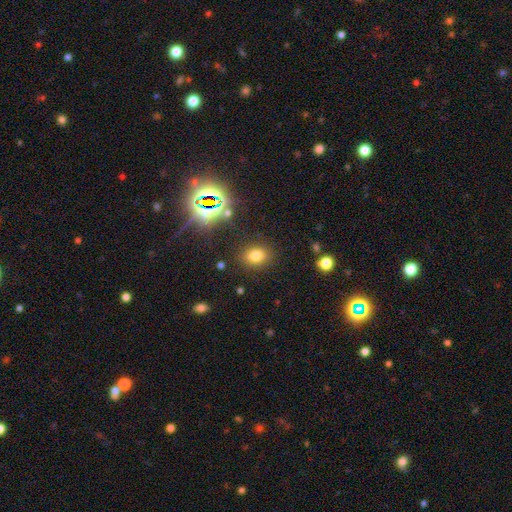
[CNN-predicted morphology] This appears to be a smooth galaxy with no disk features (74%) that is in between round and cigar-shaped (55%). Merging: none (85%).